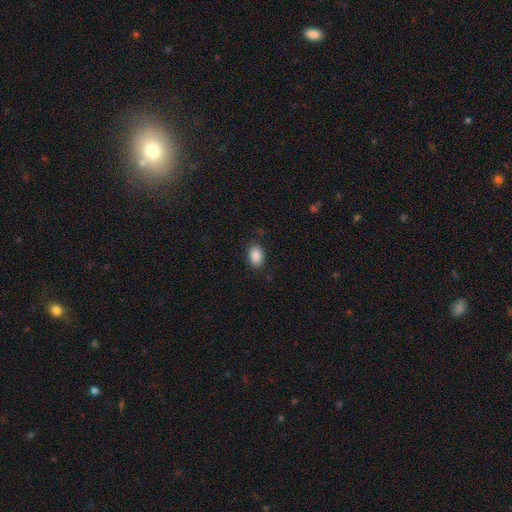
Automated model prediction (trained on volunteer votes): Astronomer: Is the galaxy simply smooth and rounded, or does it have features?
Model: smooth — 89%.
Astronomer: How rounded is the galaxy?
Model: in between — 87%.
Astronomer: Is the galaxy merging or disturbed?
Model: none — 85%.